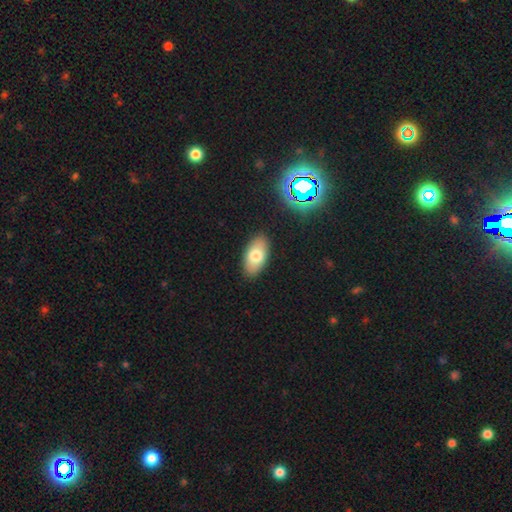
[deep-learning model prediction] Smooth or featured?
  - smooth: 74% *
  - featured or disk: 18%
  - star or artifact: 8%
How rounded?
  - in between: 93% *
  - round: 4%
  - cigar-shaped: 3%
Merging?
  - none: 88% *
  - minor disturbance: 8%
  - major disturbance: 2%
  - merger: 1%